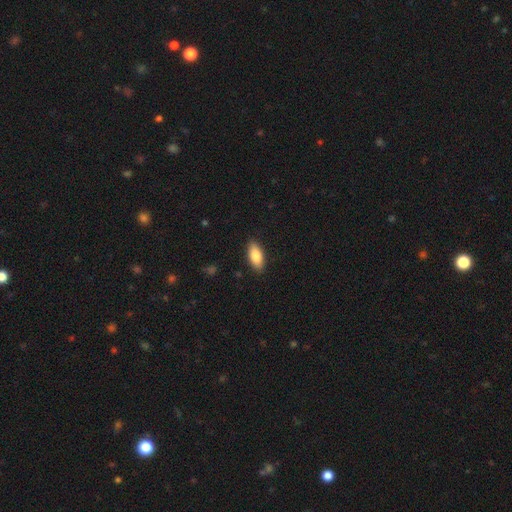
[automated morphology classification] type=smooth (85%); roundness=in between (85%); merging=none (88%).